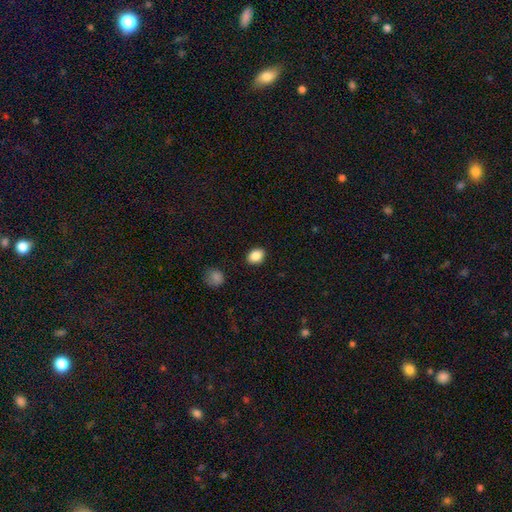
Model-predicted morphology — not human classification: This is clearly a smooth galaxy (87%). How rounded: likely in between (67%). Merging: clearly none (88%).